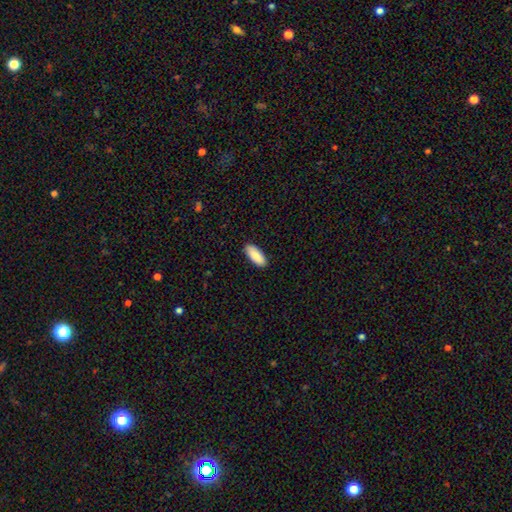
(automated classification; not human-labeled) This is clearly a smooth galaxy (89%). How rounded: clearly in between (81%). Merging: clearly none (91%).